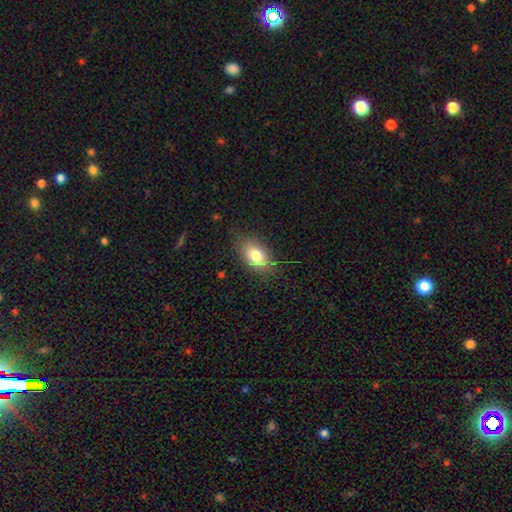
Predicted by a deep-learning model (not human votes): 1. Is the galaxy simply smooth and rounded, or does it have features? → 78% smooth, 13% featured or disk, 9% star or artifact.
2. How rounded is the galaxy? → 87% in between, 11% round, 2% cigar-shaped.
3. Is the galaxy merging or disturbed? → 81% none, 14% minor disturbance, 4% major disturbance, 1% merger.